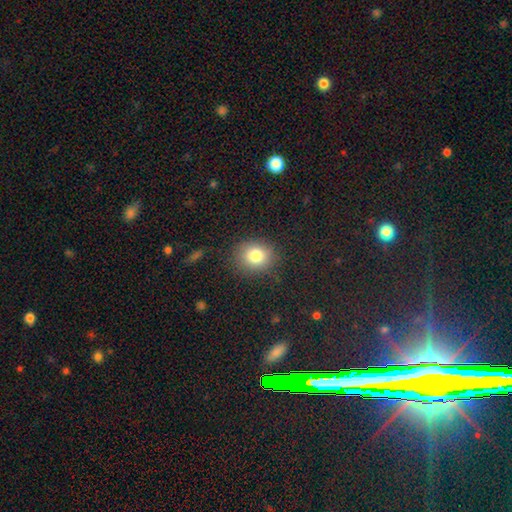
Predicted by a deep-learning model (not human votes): Smooth or featured? smooth (80%)
How rounded? round (71%)
Merging? none (85%)